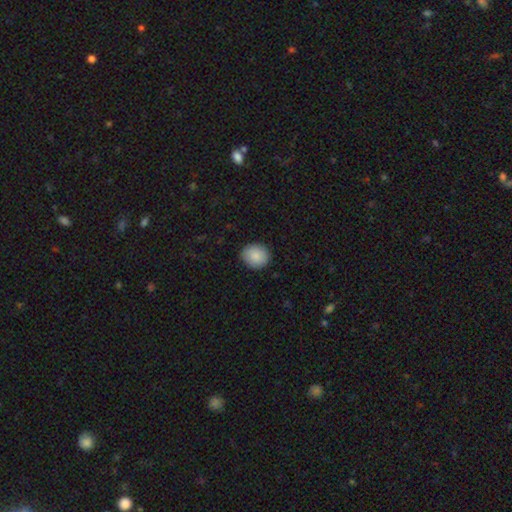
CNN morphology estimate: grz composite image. It shows a smooth galaxy with no disk features (88%) that is round (71%). Merging: none (89%).